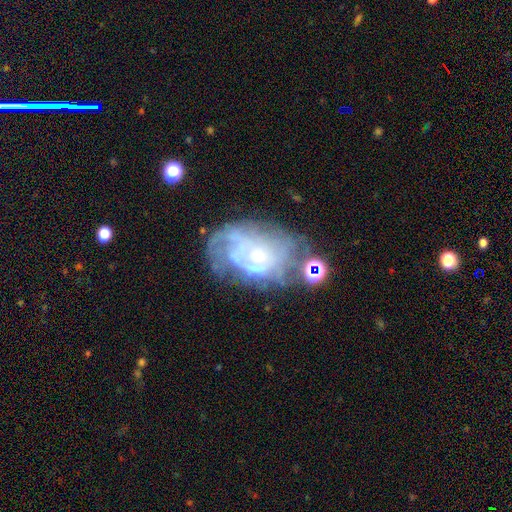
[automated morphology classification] Smooth or featured? Predicted: featured or disk (p=0.72). Edge-on disk? Predicted: no (p=0.96). Bar? Predicted: no (p=0.79). Spiral arms? Predicted: yes (p=0.68). Bulge size? Predicted: small (p=0.63). Merging? Predicted: none (p=0.48).